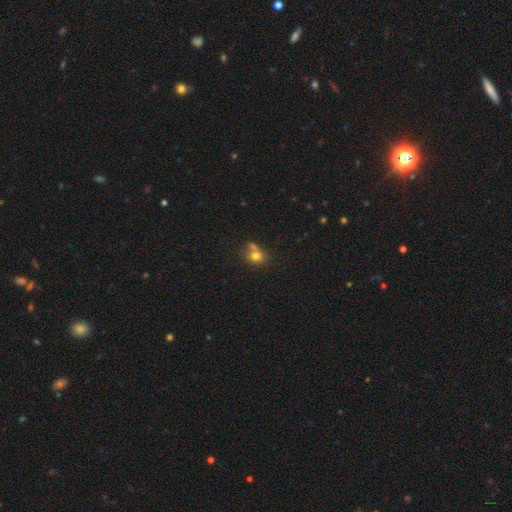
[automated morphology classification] Overall: smooth (76%). How rounded: round (67%; in between 32%). Merging: none (45%; merger 37%).